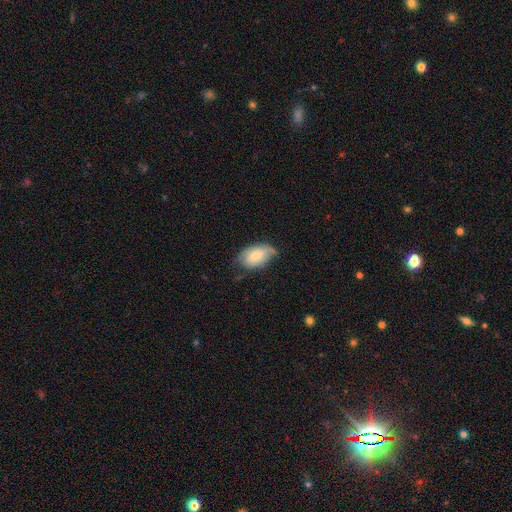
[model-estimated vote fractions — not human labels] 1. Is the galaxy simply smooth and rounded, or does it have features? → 69% smooth, 24% featured or disk, 7% star or artifact.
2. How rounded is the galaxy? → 90% in between, 8% round, 2% cigar-shaped.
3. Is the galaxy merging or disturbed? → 50% none, 39% minor disturbance, 9% major disturbance, 2% merger.